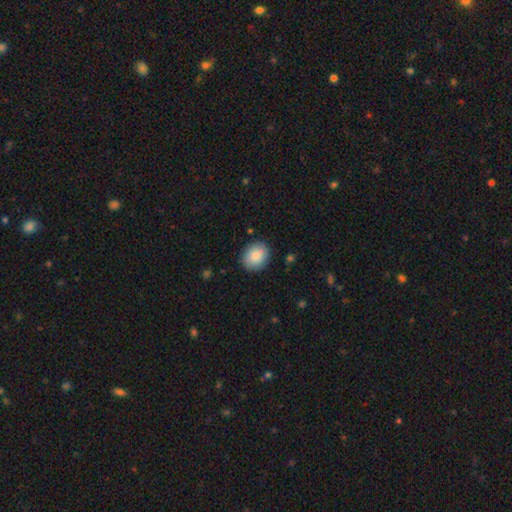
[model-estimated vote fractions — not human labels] This is clearly a smooth galaxy (87%). How rounded: likely round (60%). Merging: clearly none (87%).